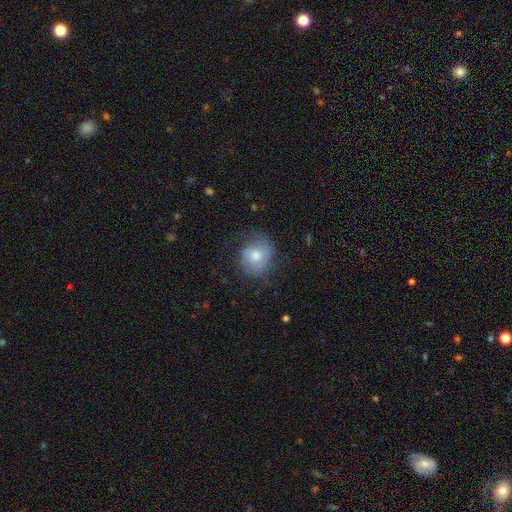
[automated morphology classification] Overall: smooth (49%; featured or disk 43%). Merging: none (66%).